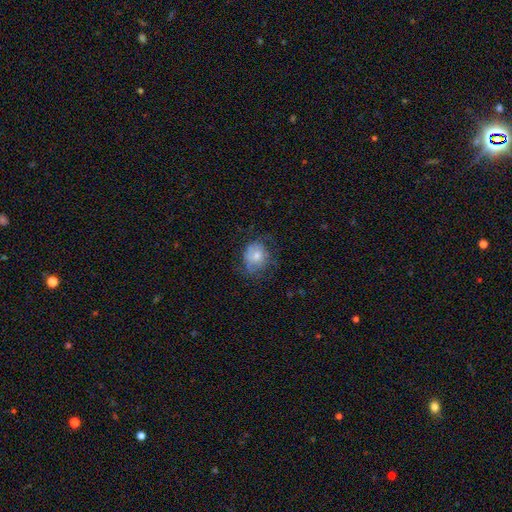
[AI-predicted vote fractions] Smooth or featured: smooth — 62% (featured or disk — 29%)
How rounded: round — 61% (in between — 38%)
Merging: none — 51% (minor disturbance — 28%)